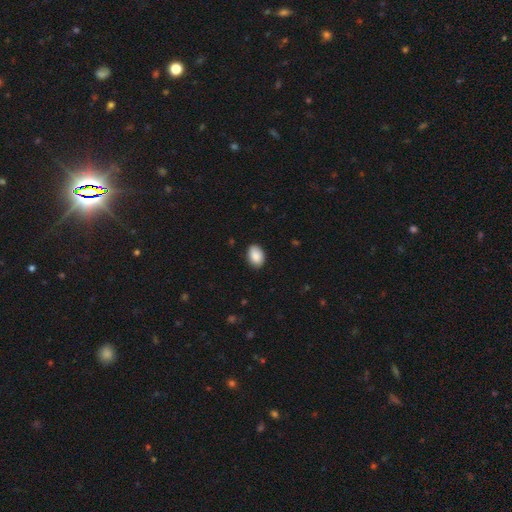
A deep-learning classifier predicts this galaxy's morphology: smooth 89%, star or artifact 7%, featured or disk 4%. Down the decision tree: how rounded — in between (85%); merging — none (87%).